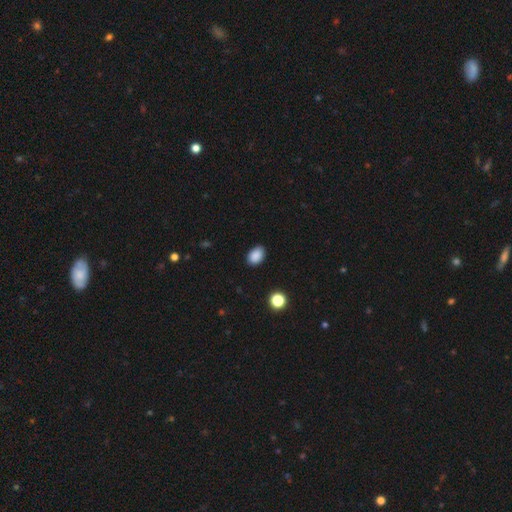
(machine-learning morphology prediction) This appears to be a smooth galaxy with no disk features (88%) that is in between round and cigar-shaped (83%). Merging: none (88%).